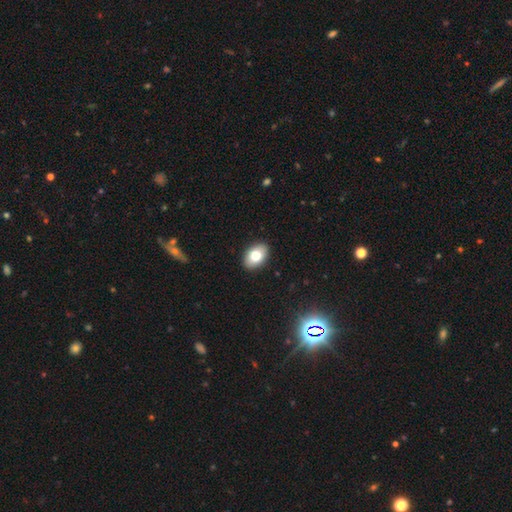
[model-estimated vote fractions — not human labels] Q: Smooth or featured?
A: smooth (77%); runner-up: featured or disk (14%)
Q: How rounded?
A: in between (87%); runner-up: round (12%)
Q: Merging?
A: none (90%); runner-up: minor disturbance (7%)